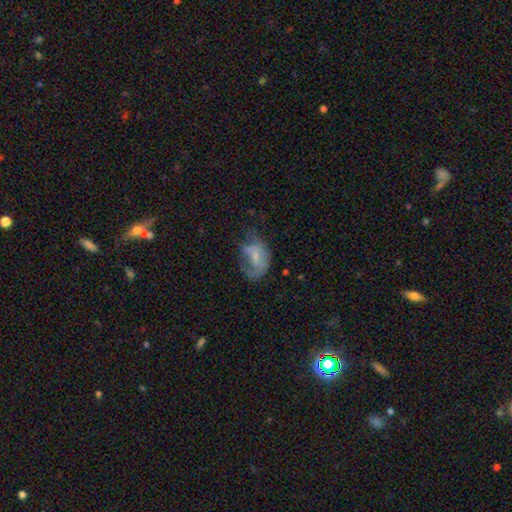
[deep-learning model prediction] Q: Smooth or featured?
A: featured or disk (46%); runner-up: smooth (45%)
Q: Merging?
A: none (34%); tied with: major disturbance (34%)